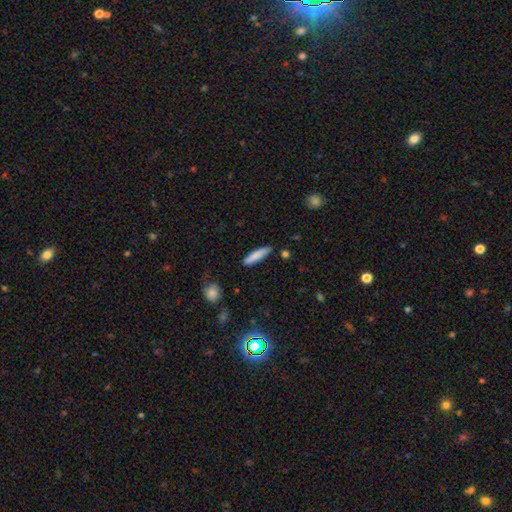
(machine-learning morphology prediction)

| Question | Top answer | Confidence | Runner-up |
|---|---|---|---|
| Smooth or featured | smooth | 82% | featured or disk (12%) |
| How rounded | cigar-shaped | 84% | in between (15%) |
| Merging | none | 86% | minor disturbance (11%) |